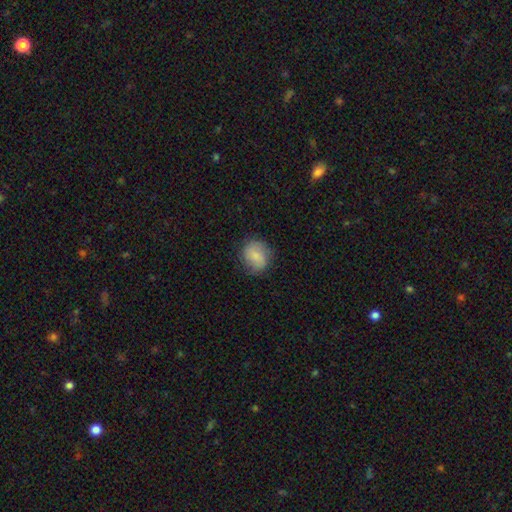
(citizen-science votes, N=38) Smooth or featured: smooth — 74% (featured or disk — 21%)
How rounded: round — 82% (in between — 18%)
Merging: none — 78% (minor disturbance — 17%)